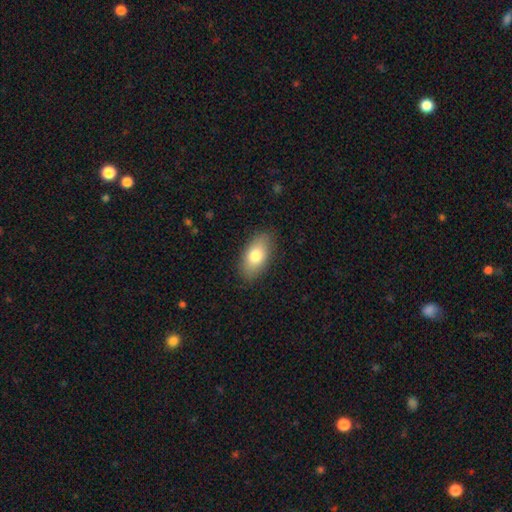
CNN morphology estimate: Overall: smooth (76%). How rounded: in between (91%). Merging: none (85%).